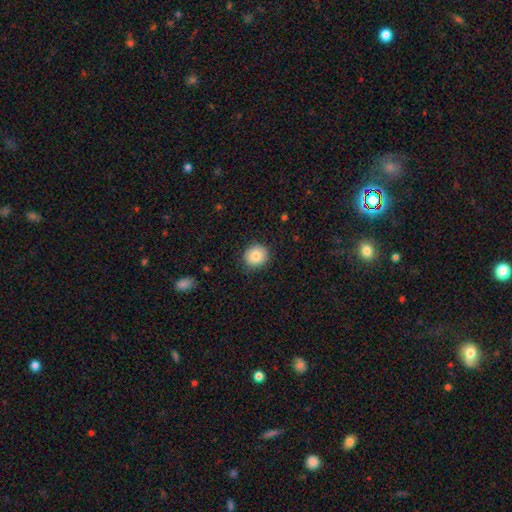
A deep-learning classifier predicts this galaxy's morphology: Q: Smooth or featured?
A: smooth (84%); runner-up: star or artifact (9%)
Q: How rounded?
A: round (87%); runner-up: in between (12%)
Q: Merging?
A: none (87%); runner-up: minor disturbance (10%)